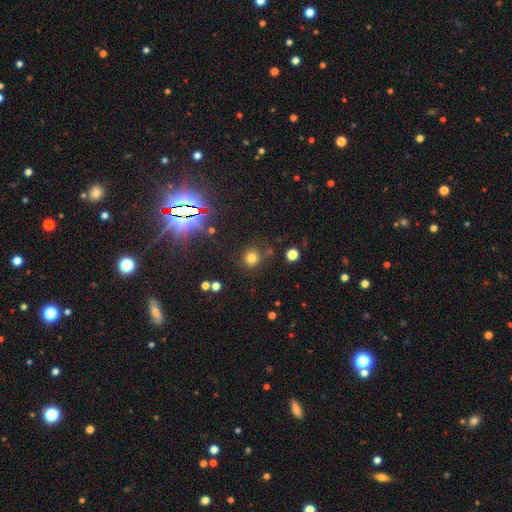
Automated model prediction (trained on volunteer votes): smooth_or_featured: smooth (p=0.54) [alt: star or artifact p=0.38]
how_rounded: round (p=0.88) [alt: in between p=0.11]
merging: none (p=0.83) [alt: minor disturbance p=0.09]